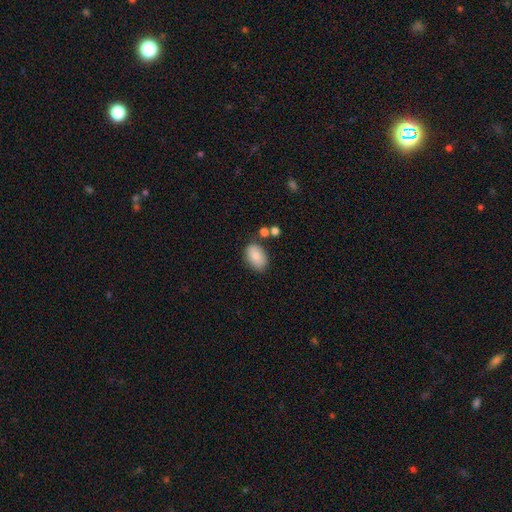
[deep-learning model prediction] Smooth or featured: smooth — 83% (featured or disk — 9%)
How rounded: in between — 88% (round — 11%)
Merging: none — 77% (minor disturbance — 14%)